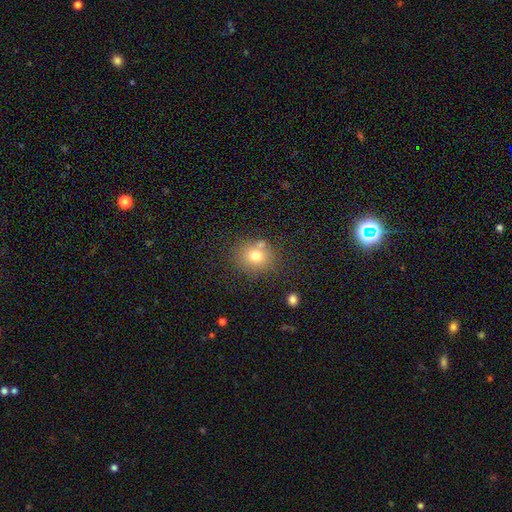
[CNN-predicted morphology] Overall: smooth (73%). How rounded: round (74%). Merging: none (68%).